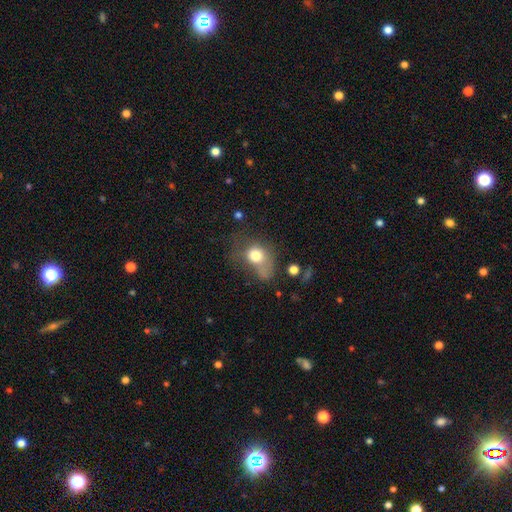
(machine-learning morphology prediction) Smooth or featured? smooth (73%)
How rounded? round (52%)
Merging? major disturbance (42%)